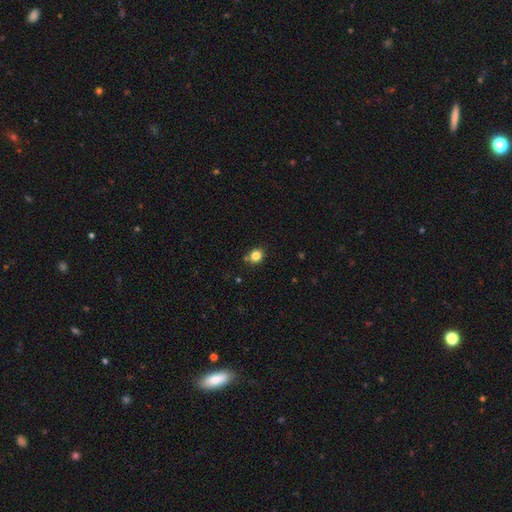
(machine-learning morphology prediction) smooth 82%, star or artifact 12%, featured or disk 5%. Down the decision tree: how rounded — round (75%); merging — none (82%).